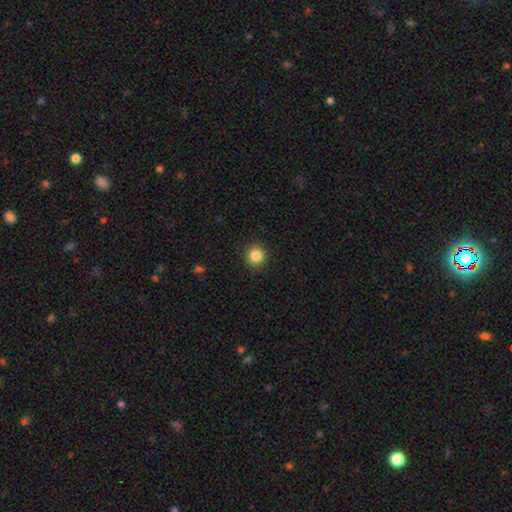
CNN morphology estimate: This appears to be a smooth galaxy with no disk features (85%) that is round (94%). Merging: none (92%).